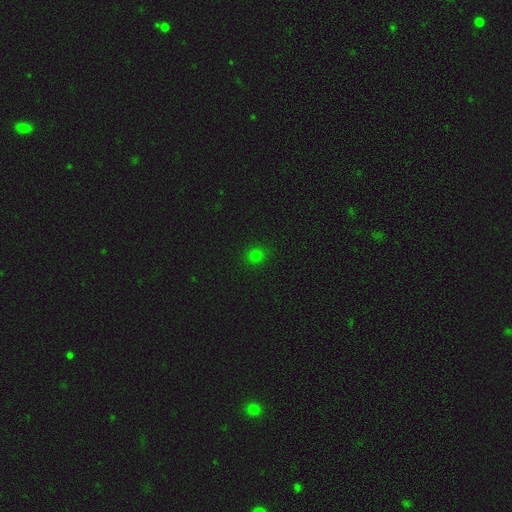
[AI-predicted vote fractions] The model was most divided on "smooth or featured": smooth: 74%, star or artifact: 21%, featured or disk: 5%. More confident: merging — none (90%); how rounded — round (89%).